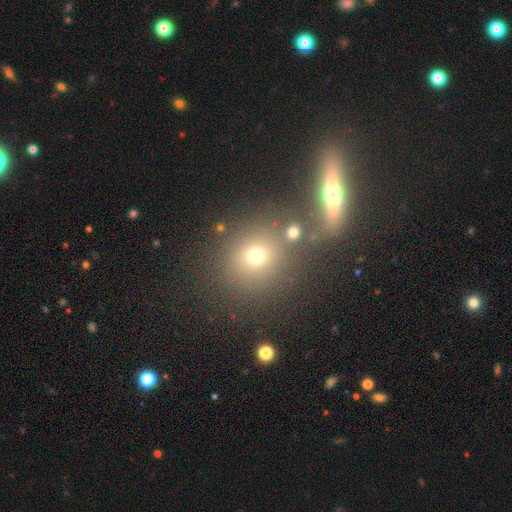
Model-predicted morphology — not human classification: Smooth or featured? Predicted: smooth (p=0.67). How rounded? Predicted: round (p=0.83). Merging? Predicted: none (p=0.68).